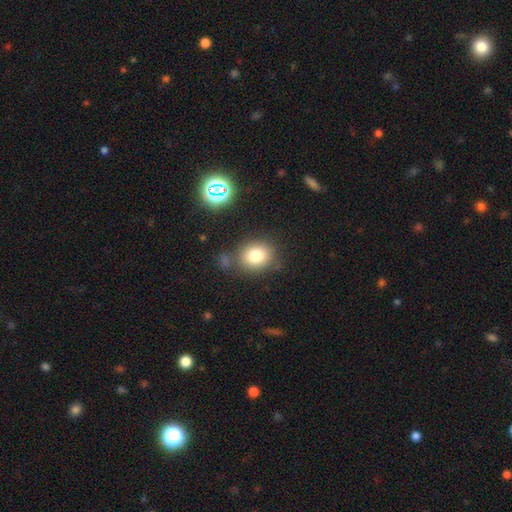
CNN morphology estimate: This is likely a smooth galaxy (79%). How rounded: likely round (64%). Merging: likely none (74%).